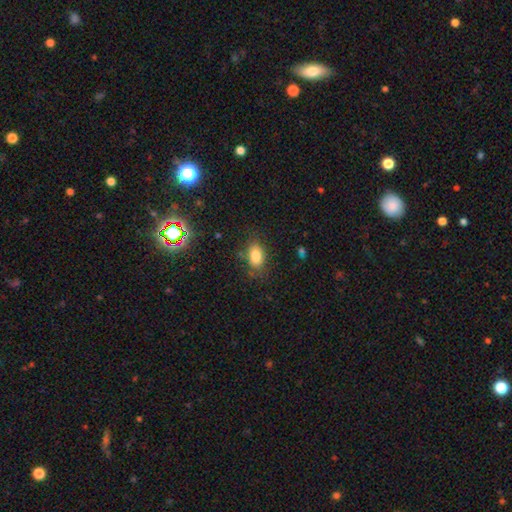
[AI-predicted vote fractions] Q: Smooth or featured?
A: smooth (80%); runner-up: star or artifact (11%)
Q: How rounded?
A: in between (86%); runner-up: round (13%)
Q: Merging?
A: none (76%); runner-up: minor disturbance (16%)